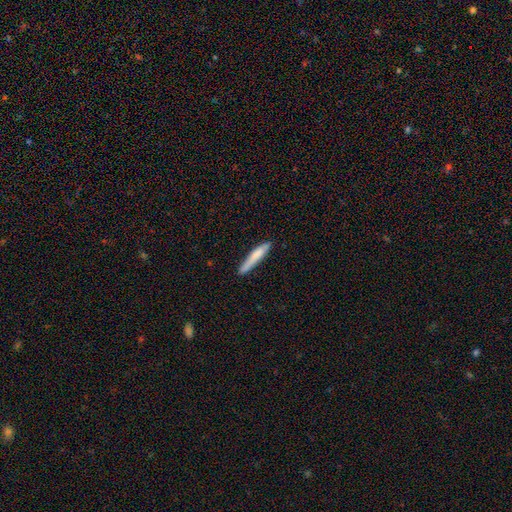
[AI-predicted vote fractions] This is likely a smooth galaxy (73%). How rounded: clearly cigar-shaped (93%). Merging: likely none (77%).